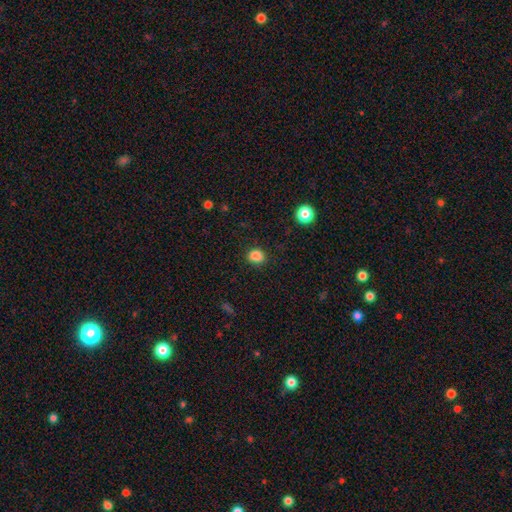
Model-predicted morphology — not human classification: Smooth or featured: smooth — 85% (star or artifact — 12%)
How rounded: round — 64% (in between — 35%)
Merging: none — 83% (minor disturbance — 12%)